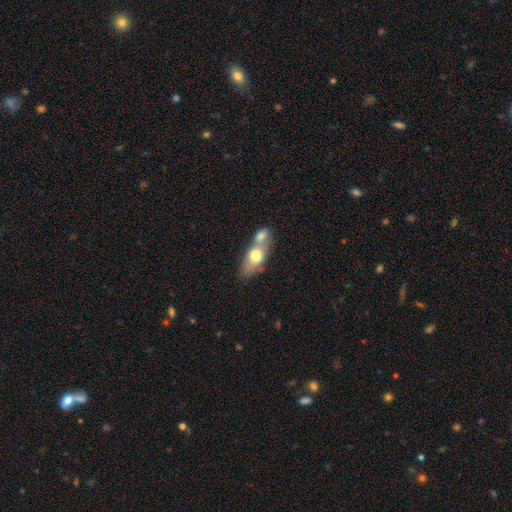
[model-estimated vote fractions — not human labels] A smooth galaxy with no disk features (67%) that is in between round and cigar-shaped (73%).

Vote fractions:
- Smooth or featured? smooth: 67% / featured or disk: 27% / star or artifact: 6%
- How rounded? in between: 73% / cigar-shaped: 16% / round: 11%
- Merging? merger: 60% / none: 26% / minor disturbance: 9% / major disturbance: 5%